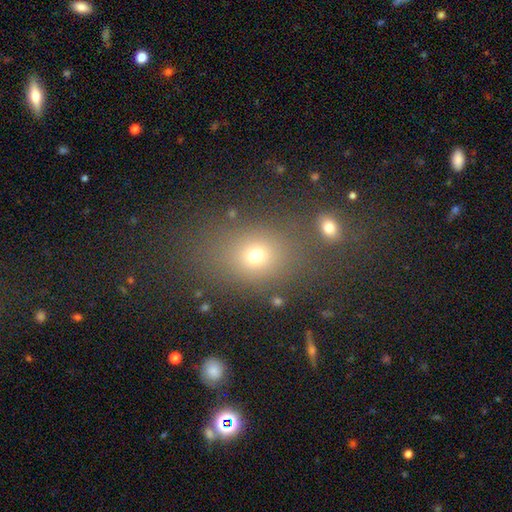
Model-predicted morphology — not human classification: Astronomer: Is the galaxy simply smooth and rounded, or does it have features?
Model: smooth — 70%.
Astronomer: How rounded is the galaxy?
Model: round — 50% (runner-up: in between, 48%).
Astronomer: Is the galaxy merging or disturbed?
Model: none — 70%.